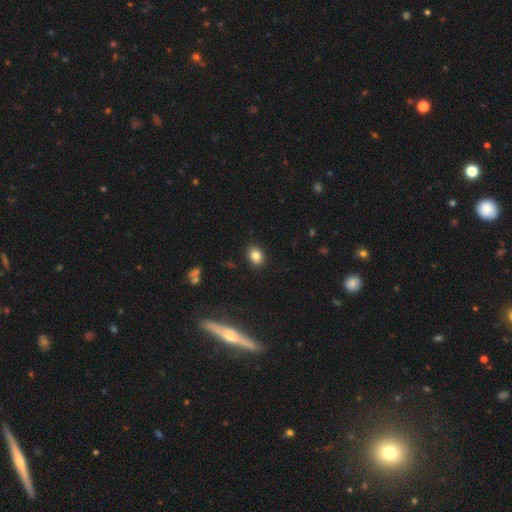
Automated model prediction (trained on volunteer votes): smooth 83%, star or artifact 10%, featured or disk 7%. Down the decision tree: how rounded — in between (62%); merging — none (89%).